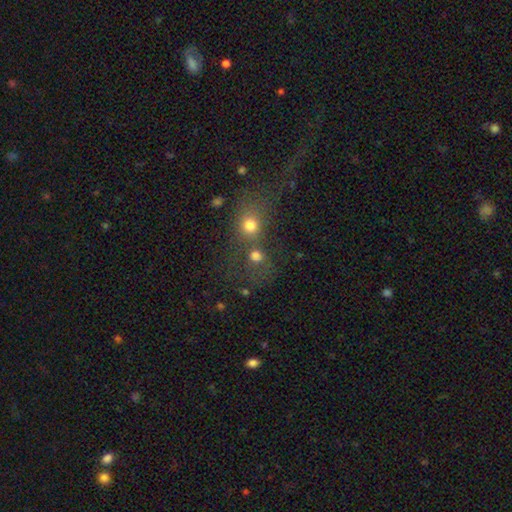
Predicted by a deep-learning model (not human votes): Smooth or featured?
  - smooth: 71% *
  - star or artifact: 18%
  - featured or disk: 11%
How rounded?
  - round: 82% *
  - in between: 17%
  - cigar-shaped: 1%
Merging?
  - none: 43% *
  - merger: 42%
  - minor disturbance: 8%
  - major disturbance: 7%